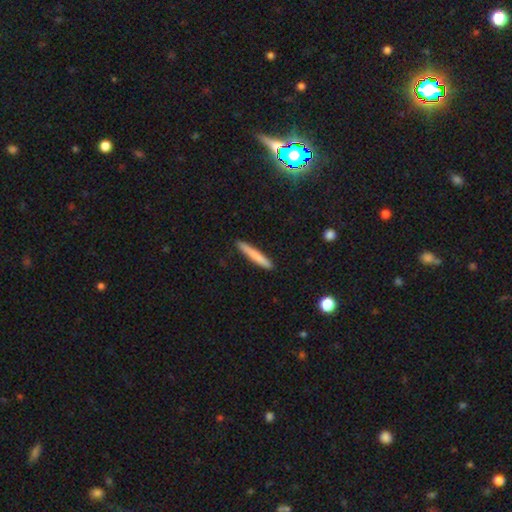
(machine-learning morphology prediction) Overall: smooth (77%). How rounded: cigar-shaped (96%). Merging: none (91%).